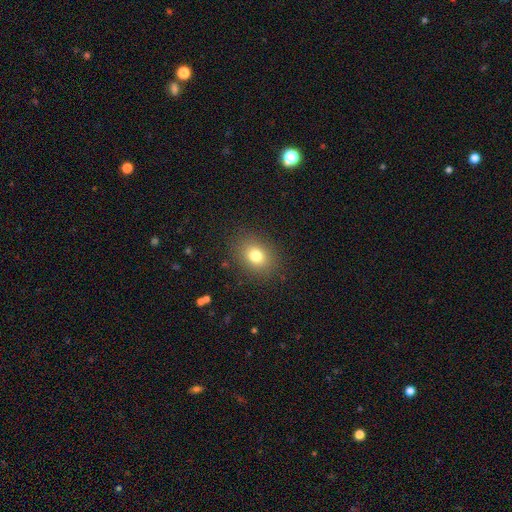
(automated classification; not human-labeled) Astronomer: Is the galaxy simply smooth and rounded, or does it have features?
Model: smooth — 78%.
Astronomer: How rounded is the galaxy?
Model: round — 50% (runner-up: in between, 49%).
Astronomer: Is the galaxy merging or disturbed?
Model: none — 87%.